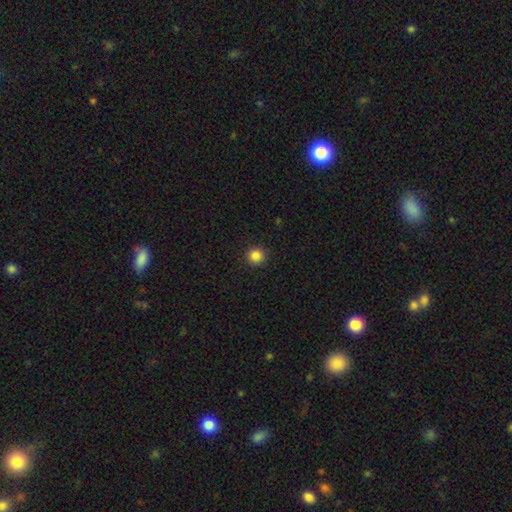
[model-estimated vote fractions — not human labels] Smooth or featured? Predicted: smooth (p=0.85). How rounded? Predicted: round (p=0.95). Merging? Predicted: none (p=0.93).